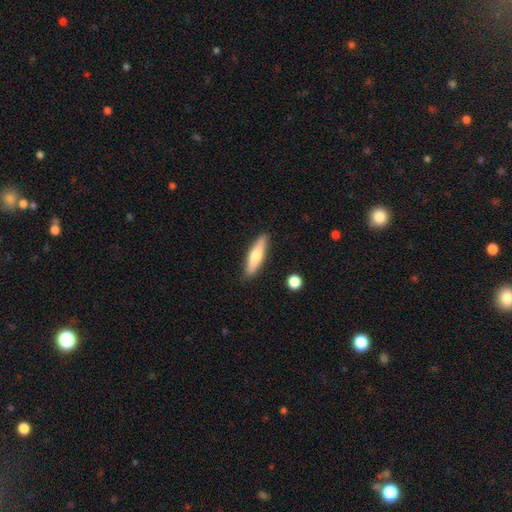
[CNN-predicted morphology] This is likely a smooth galaxy (63%). How rounded: likely cigar-shaped (74%). Merging: clearly none (88%).